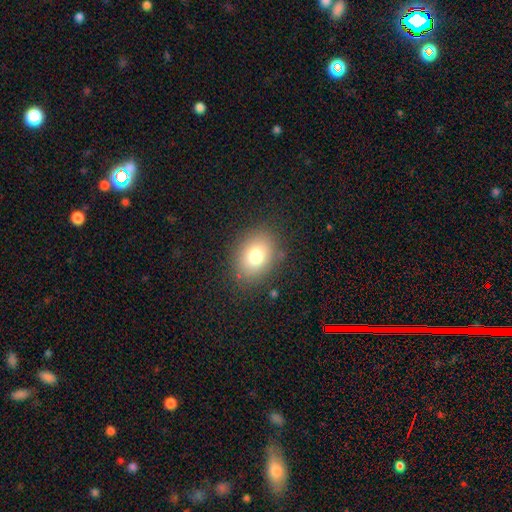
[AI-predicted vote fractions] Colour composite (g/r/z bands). It shows a smooth galaxy with no disk features (76%) that is in between round and cigar-shaped (55%). Merging: none (83%).